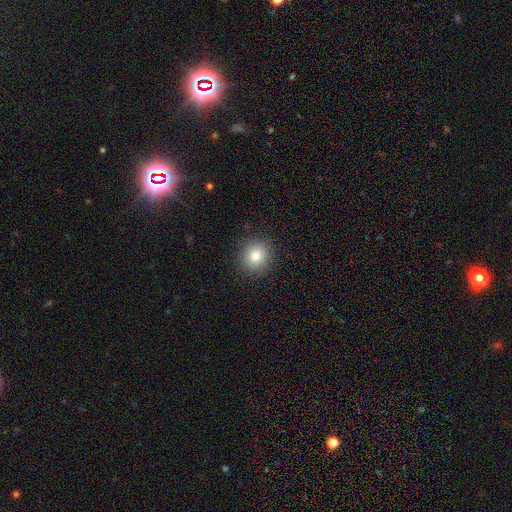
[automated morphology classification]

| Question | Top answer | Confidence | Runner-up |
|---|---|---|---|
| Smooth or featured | smooth | 81% | star or artifact (11%) |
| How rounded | round | 88% | in between (11%) |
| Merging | none | 90% | minor disturbance (7%) |